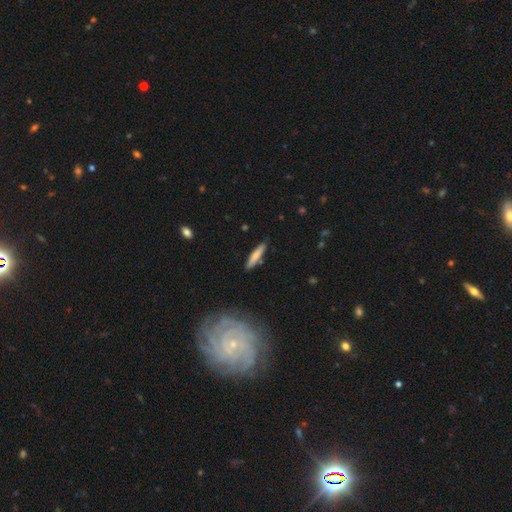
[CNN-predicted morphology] smooth-or-featured: smooth: 72% | featured or disk: 22% | star or artifact: 6%
  how-rounded: cigar-shaped: 86% | in between: 13% | round: 2%
  merging: none: 84% | minor disturbance: 11% | merger: 3% | major disturbance: 2%